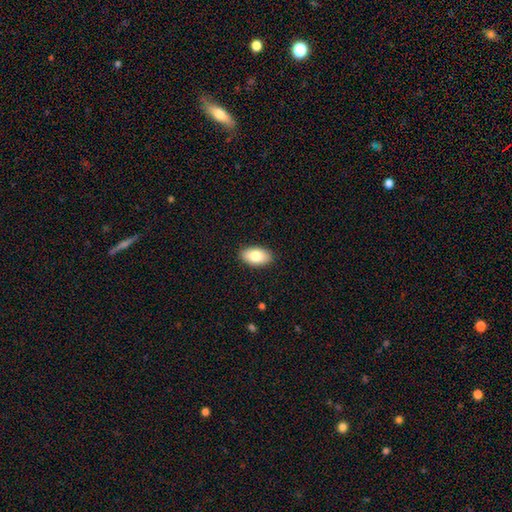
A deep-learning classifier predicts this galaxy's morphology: Smooth or featured?
  - smooth: 81% *
  - featured or disk: 12%
  - star or artifact: 7%
How rounded?
  - in between: 94% *
  - round: 5%
  - cigar-shaped: 2%
Merging?
  - none: 89% *
  - minor disturbance: 8%
  - major disturbance: 2%
  - merger: 1%